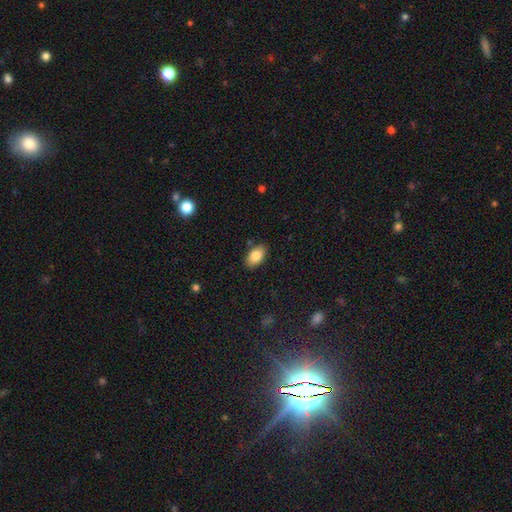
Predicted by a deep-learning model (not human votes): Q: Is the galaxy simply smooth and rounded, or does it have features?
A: smooth — 84%.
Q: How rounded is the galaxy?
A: in between — 93%.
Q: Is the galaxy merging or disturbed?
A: none — 85%.